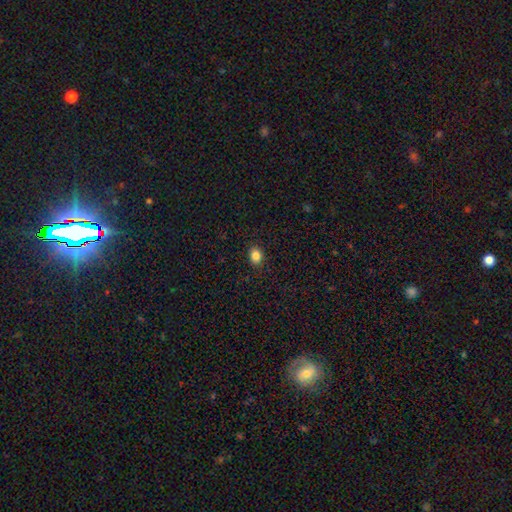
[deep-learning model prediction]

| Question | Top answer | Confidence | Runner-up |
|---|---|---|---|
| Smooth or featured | smooth | 85% | star or artifact (10%) |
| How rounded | in between | 58% | round (41%) |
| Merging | none | 90% | minor disturbance (7%) |